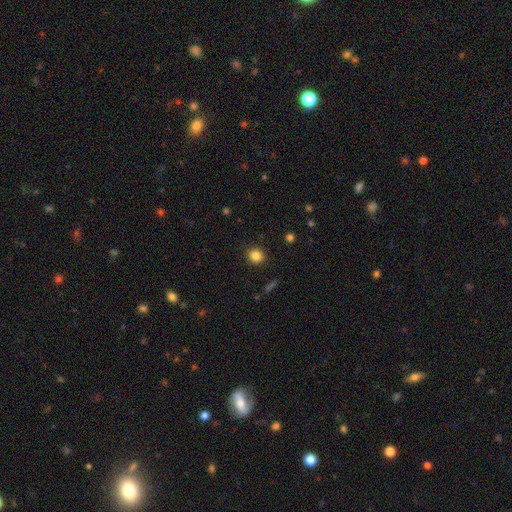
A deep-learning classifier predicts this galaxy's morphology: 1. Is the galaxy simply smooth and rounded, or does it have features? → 84% smooth, 11% star or artifact, 5% featured or disk.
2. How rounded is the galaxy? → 82% round, 17% in between, 1% cigar-shaped.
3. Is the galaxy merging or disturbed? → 90% none, 6% minor disturbance, 2% major disturbance, 1% merger.